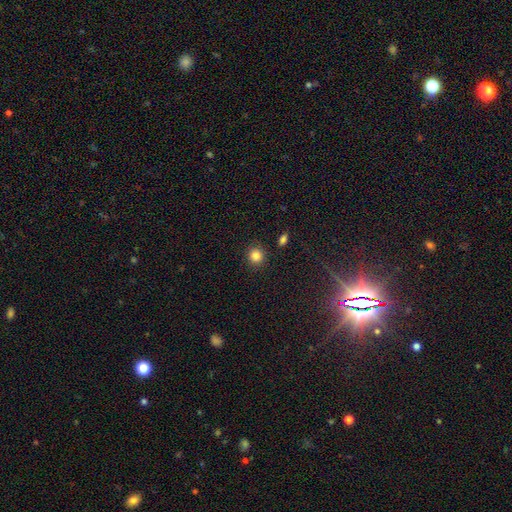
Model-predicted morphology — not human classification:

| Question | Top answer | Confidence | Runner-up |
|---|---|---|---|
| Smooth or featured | smooth | 85% | star or artifact (11%) |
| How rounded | round | 90% | in between (9%) |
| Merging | none | 88% | minor disturbance (7%) |